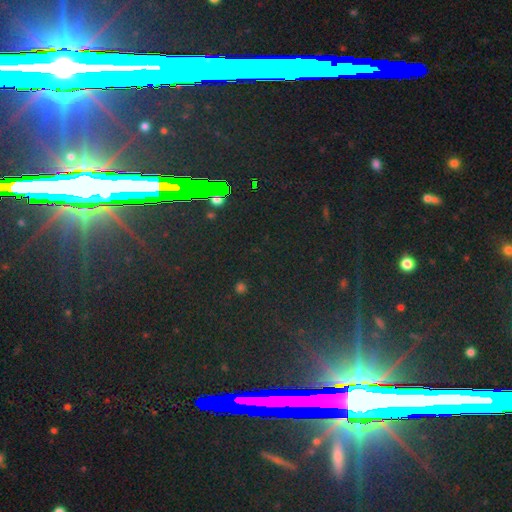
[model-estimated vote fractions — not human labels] Overall: star or artifact (83%).